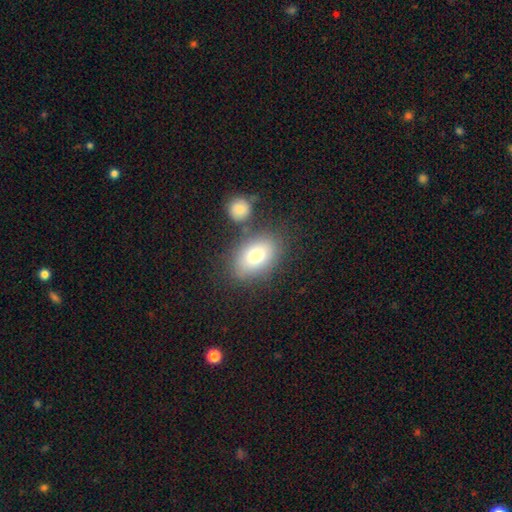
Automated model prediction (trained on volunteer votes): Smooth or featured? smooth (80%)
How rounded? in between (88%)
Merging? none (70%)